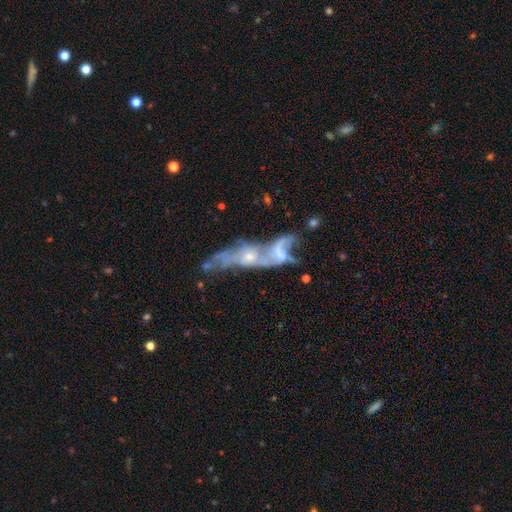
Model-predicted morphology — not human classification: This appears to be a featured or disk galaxy (66%) with no bar (74%), spiral arms (51%) and a moderate central bulge (39%). Merging: merger (58%).